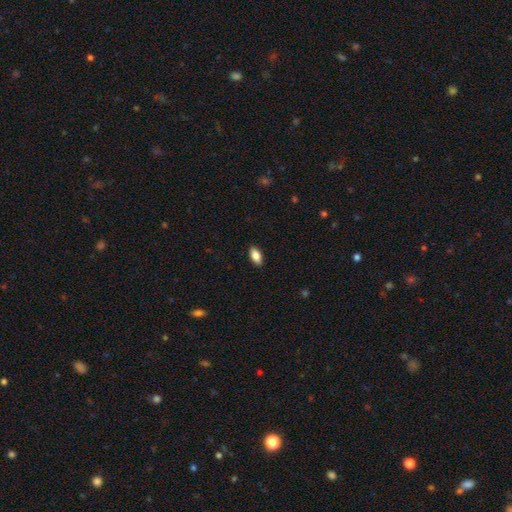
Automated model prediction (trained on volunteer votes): Overall: smooth (85%). How rounded: in between (91%). Merging: none (90%).